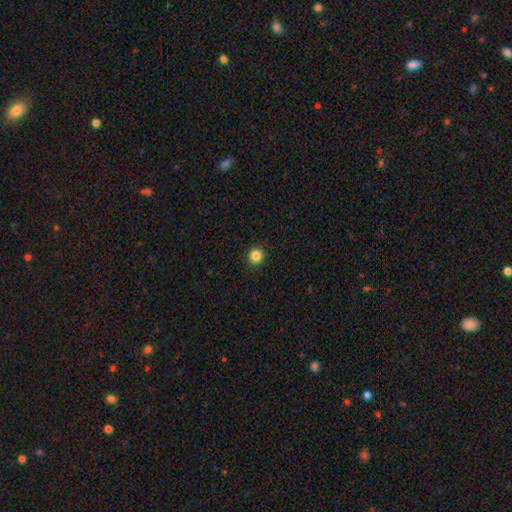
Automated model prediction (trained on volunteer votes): The model was most divided on "smooth or featured": smooth: 85%, star or artifact: 12%, featured or disk: 4%. More confident: how rounded — round (93%); merging — none (93%).